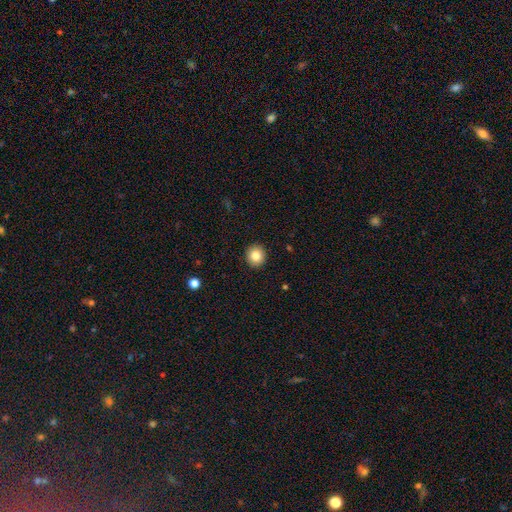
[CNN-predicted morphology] Smooth or featured? Predicted: smooth (p=0.83). How rounded? Predicted: round (p=0.89). Merging? Predicted: none (p=0.92).